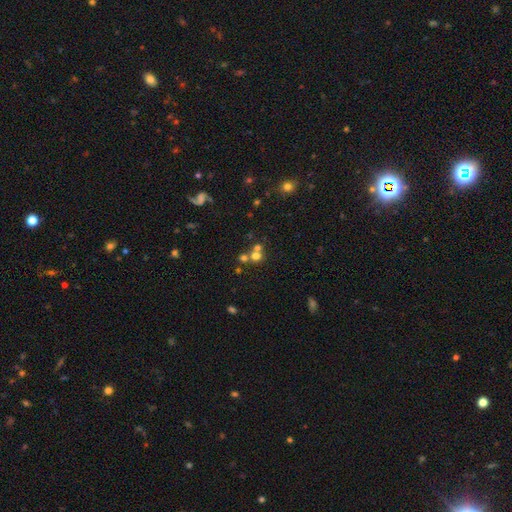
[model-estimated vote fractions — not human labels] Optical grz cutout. It shows a smooth galaxy with no disk features (62%) that is round (87%). Merging: none (49%).